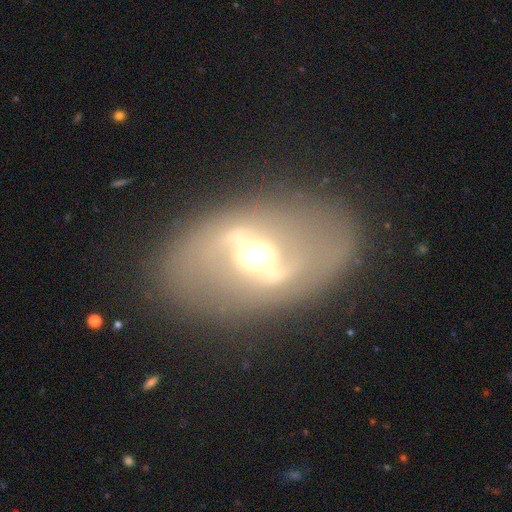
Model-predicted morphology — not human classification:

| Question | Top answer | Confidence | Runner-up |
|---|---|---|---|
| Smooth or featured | featured or disk | 76% | smooth (17%) |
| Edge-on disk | no | 90% | yes (10%) |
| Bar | strong | 51% | weak (32%) |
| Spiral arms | yes | 59% | no (41%) |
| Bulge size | moderate | 64% | large (18%) |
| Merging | none | 76% | minor disturbance (13%) |